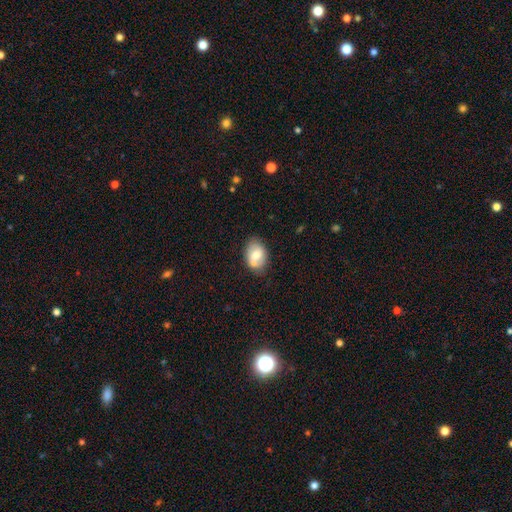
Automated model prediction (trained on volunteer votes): Smooth or featured?
  - smooth: 68% *
  - featured or disk: 25%
  - star or artifact: 7%
How rounded?
  - in between: 81% *
  - round: 17%
  - cigar-shaped: 1%
Merging?
  - none: 63% *
  - minor disturbance: 19%
  - merger: 13%
  - major disturbance: 4%